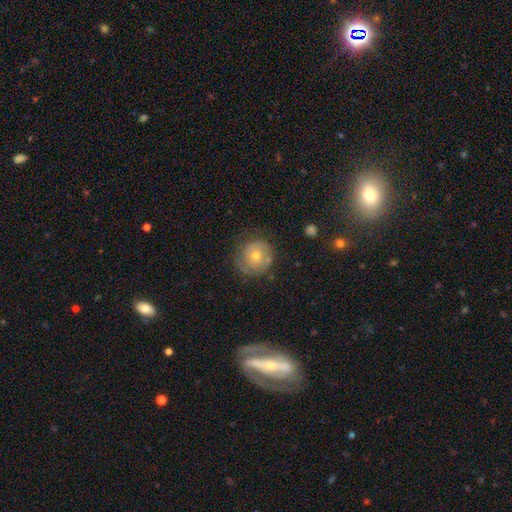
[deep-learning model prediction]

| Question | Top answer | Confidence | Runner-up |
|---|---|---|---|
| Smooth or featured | smooth | 55% | featured or disk (37%) |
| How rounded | round | 89% | in between (11%) |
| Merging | none | 68% | minor disturbance (22%) |